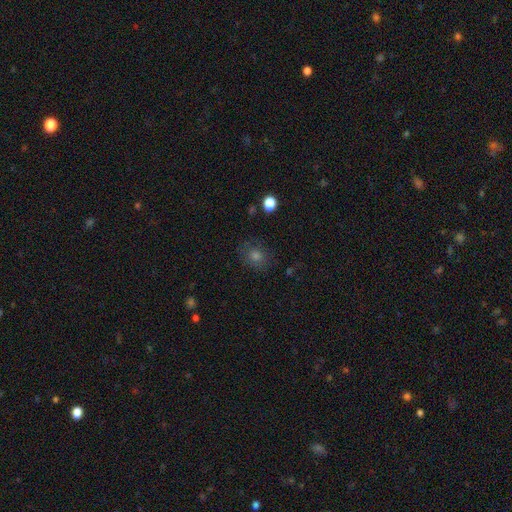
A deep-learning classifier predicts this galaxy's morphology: A smooth galaxy with no disk features (63%) that is round (71%).

Vote fractions:
- Smooth or featured? smooth: 63% / star or artifact: 24% / featured or disk: 13%
- How rounded? round: 71% / in between: 28% / cigar-shaped: 1%
- Merging? none: 81% / minor disturbance: 13% / major disturbance: 5% / merger: 2%